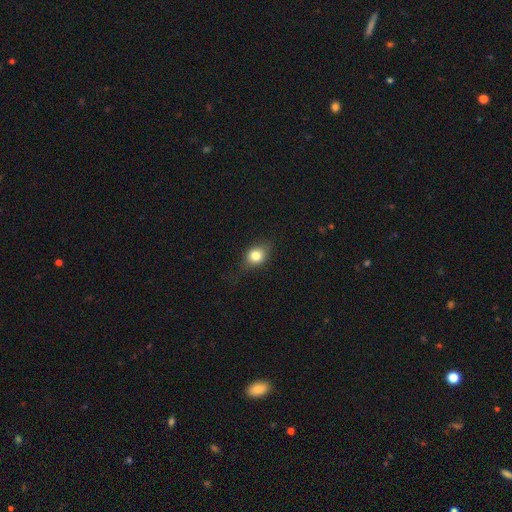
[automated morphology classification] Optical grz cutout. It shows a smooth galaxy with no disk features (75%) that is round (54%). Merging: none (70%).